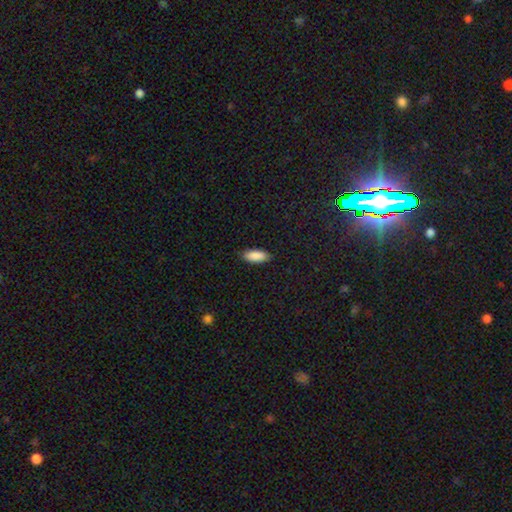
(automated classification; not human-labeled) A smooth galaxy with no disk features (90%) that is in between round and cigar-shaped (84%).

Vote fractions:
- Smooth or featured? smooth: 90% / star or artifact: 6% / featured or disk: 4%
- How rounded? in between: 84% / cigar-shaped: 15% / round: 2%
- Merging? none: 88% / minor disturbance: 9% / major disturbance: 2% / merger: 1%